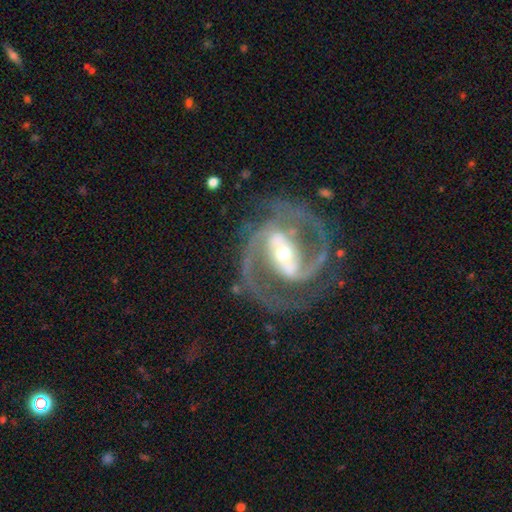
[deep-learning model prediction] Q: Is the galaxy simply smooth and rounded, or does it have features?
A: featured or disk — 92%.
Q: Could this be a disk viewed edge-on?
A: no — 97%.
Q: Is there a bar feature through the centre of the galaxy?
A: strong — 65%.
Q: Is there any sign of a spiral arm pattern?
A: yes — 98%.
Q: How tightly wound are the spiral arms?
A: medium — 50%.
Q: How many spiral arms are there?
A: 2 — 86%.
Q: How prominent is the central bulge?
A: moderate — 48%.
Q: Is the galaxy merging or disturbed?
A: none — 78%.